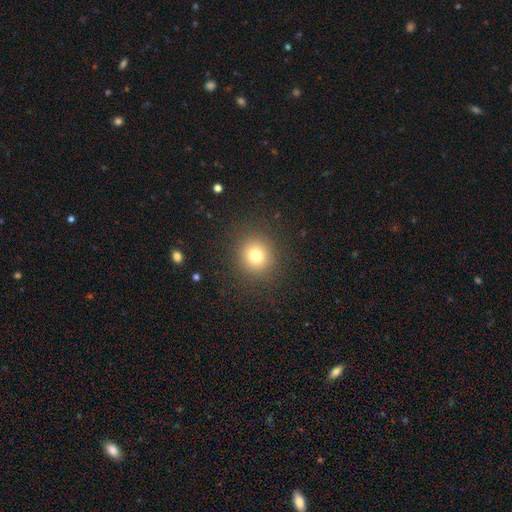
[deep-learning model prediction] This appears to be a smooth galaxy with no disk features (75%) that is round (91%). Merging: none (89%).